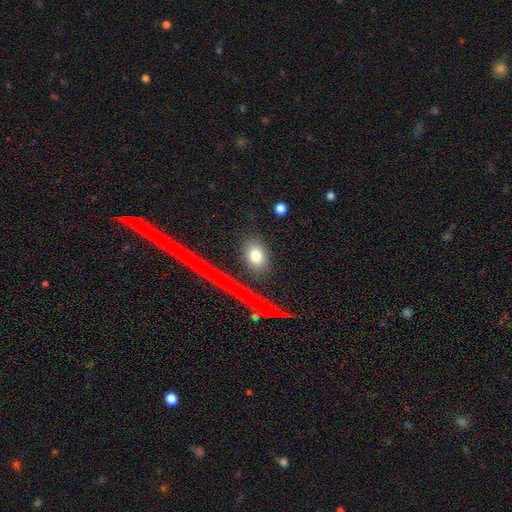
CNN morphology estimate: A smooth galaxy with no disk features (78%) that is in between round and cigar-shaped (60%).

Vote fractions:
- Smooth or featured? smooth: 78% / star or artifact: 12% / featured or disk: 11%
- How rounded? in between: 60% / round: 37% / cigar-shaped: 3%
- Merging? none: 85% / minor disturbance: 9% / major disturbance: 3% / merger: 3%